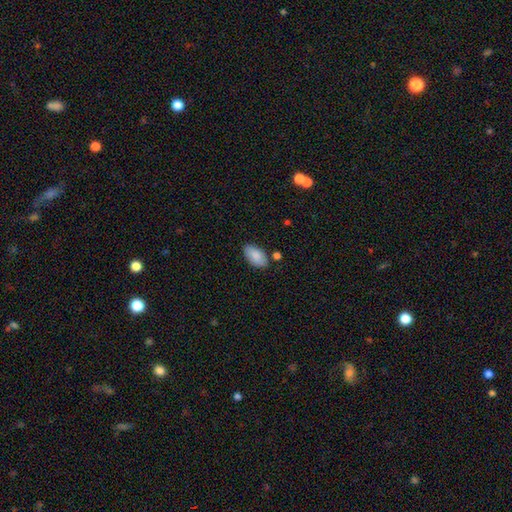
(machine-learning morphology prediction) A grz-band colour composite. It shows a smooth galaxy with no disk features (87%) that is in between round and cigar-shaped (95%). Merging: none (80%).